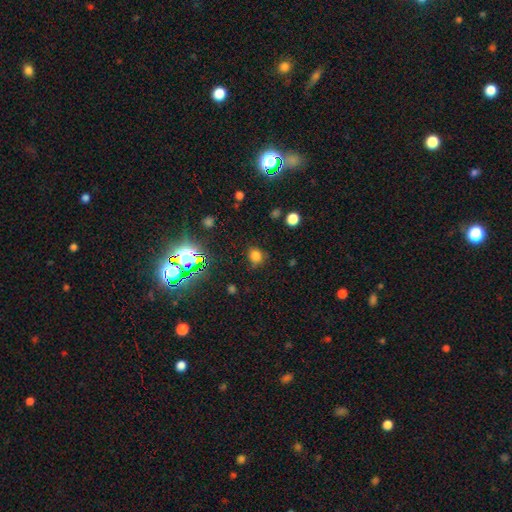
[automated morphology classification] The model was most divided on "how rounded": round: 71%, in between: 28%, cigar-shaped: 1%. More confident: merging — none (79%); smooth or featured — smooth (73%).